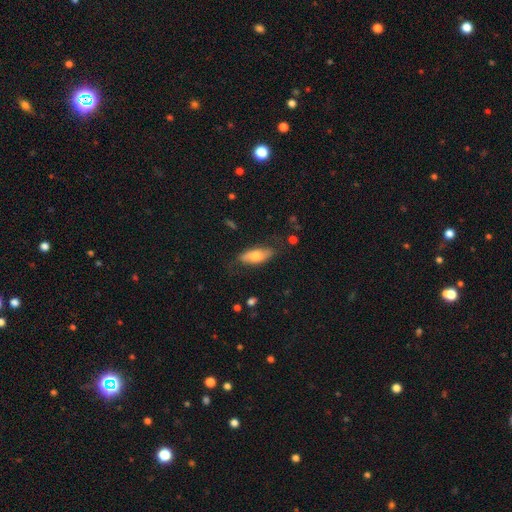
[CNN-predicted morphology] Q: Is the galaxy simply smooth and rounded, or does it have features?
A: smooth — 64%.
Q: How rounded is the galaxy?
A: in between — 78%.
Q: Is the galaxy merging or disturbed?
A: none — 72%.